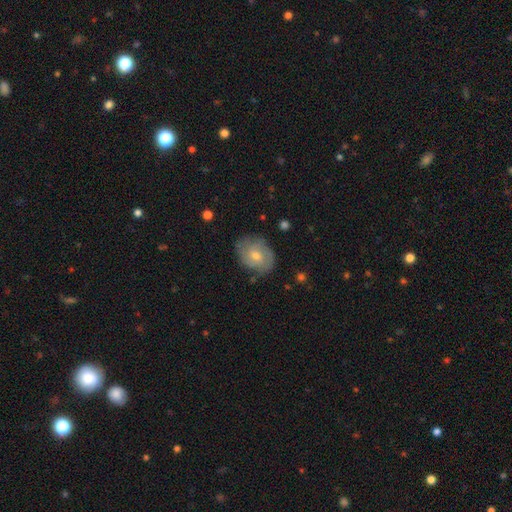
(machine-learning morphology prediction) featured or disk 51%, smooth 40%, star or artifact 9%. Down the decision tree: edge-on disk — no (96%); merging — none (74%).